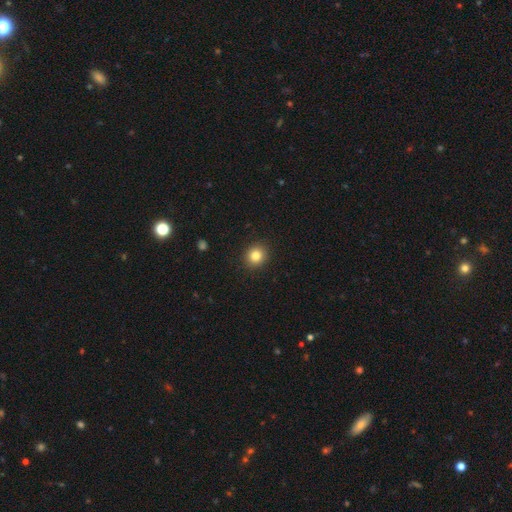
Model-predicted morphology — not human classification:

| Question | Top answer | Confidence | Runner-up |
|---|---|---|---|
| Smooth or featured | smooth | 83% | star or artifact (11%) |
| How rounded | round | 86% | in between (13%) |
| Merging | none | 92% | minor disturbance (5%) |